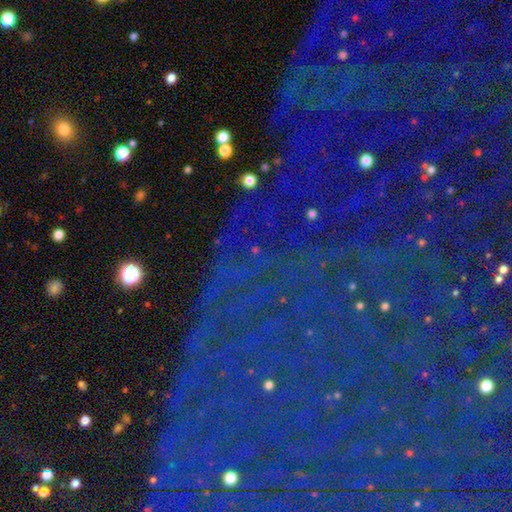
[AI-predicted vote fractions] A star or artifact, not a galaxy (85%).

Vote fractions:
- Smooth or featured? star or artifact: 85% / featured or disk: 8% / smooth: 7%